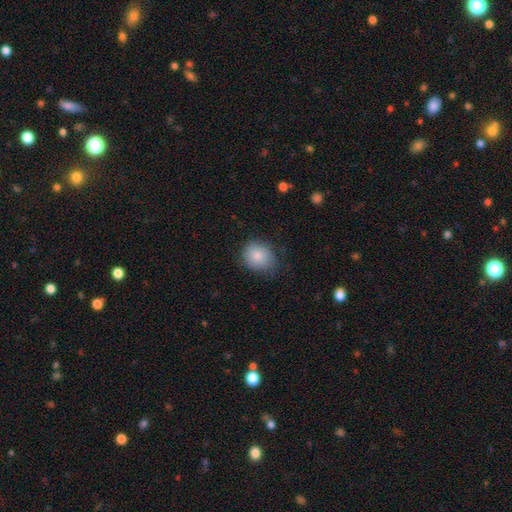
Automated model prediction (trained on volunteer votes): This is clearly a smooth galaxy (82%). How rounded: likely round (66%). Merging: likely none (73%).